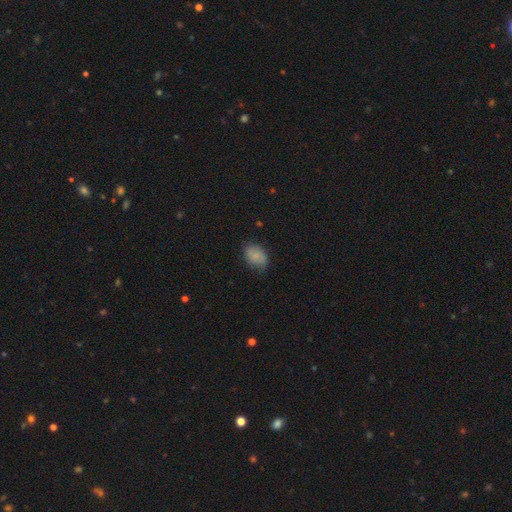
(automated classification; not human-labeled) The model was most divided on "merging": none: 68%, minor disturbance: 25%, major disturbance: 6%, merger: 1%. More confident: smooth or featured — smooth (81%); how rounded — in between (78%).